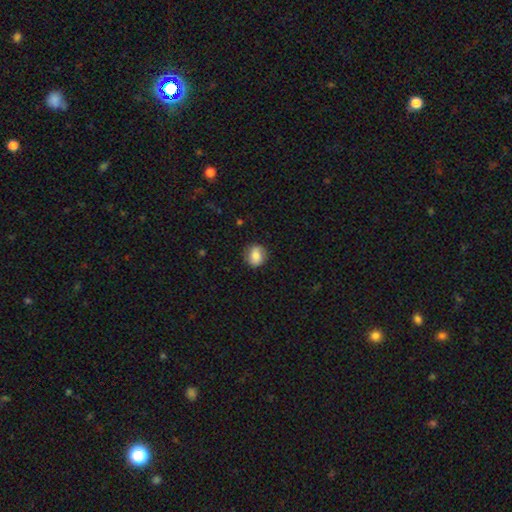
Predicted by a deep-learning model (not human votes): Smooth or featured: smooth — 72% (featured or disk — 19%)
How rounded: round — 76% (in between — 23%)
Merging: none — 81% (minor disturbance — 14%)